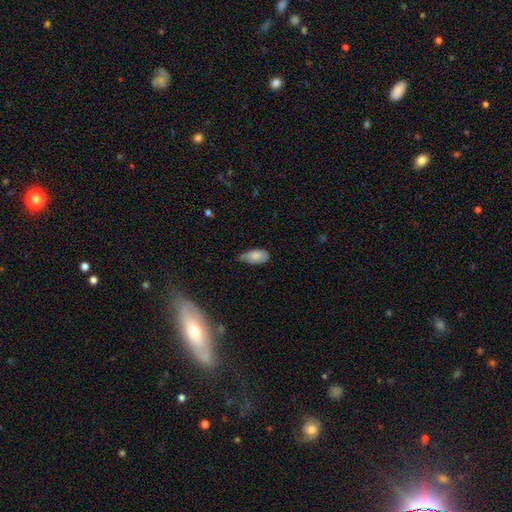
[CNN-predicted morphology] Smooth or featured? Predicted: smooth (p=0.76). How rounded? Predicted: in between (p=0.92). Merging? Predicted: minor disturbance (p=0.47).